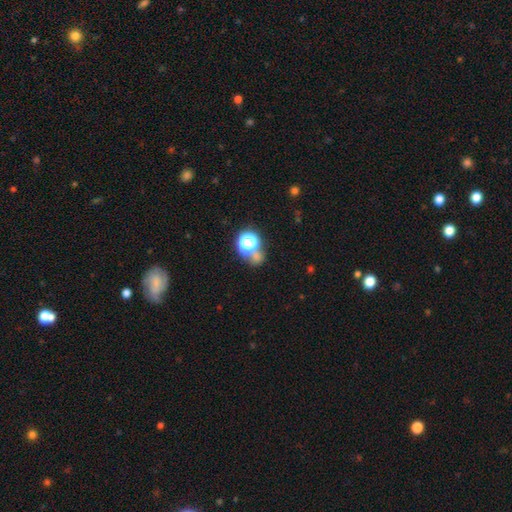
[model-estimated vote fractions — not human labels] This appears to be a star or artifact, not a galaxy (46%).